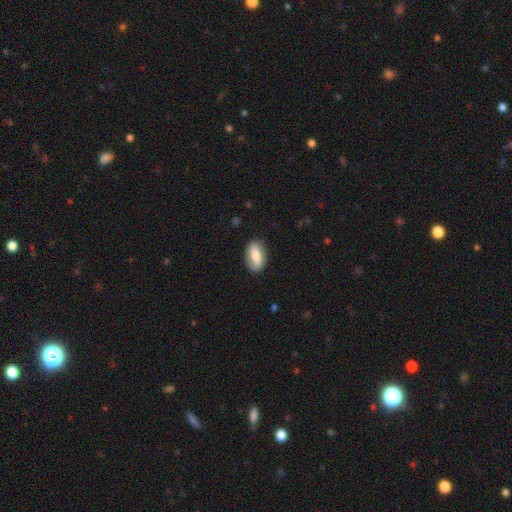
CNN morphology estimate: Smooth or featured: smooth — 70% (featured or disk — 24%)
How rounded: in between — 89% (cigar-shaped — 6%)
Merging: none — 82% (minor disturbance — 14%)